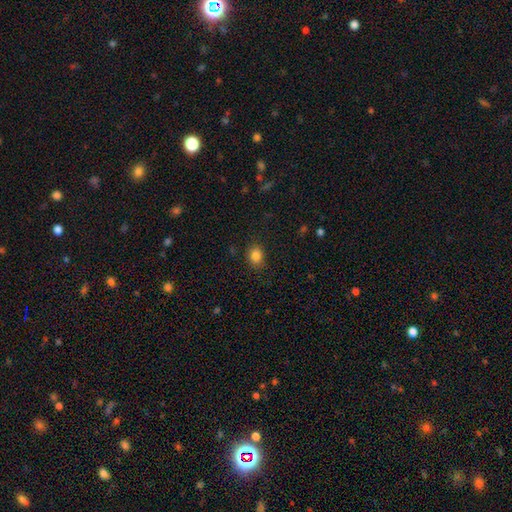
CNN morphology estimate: Smooth or featured: smooth — 84% (star or artifact — 11%)
How rounded: round — 54% (in between — 45%)
Merging: none — 86% (minor disturbance — 10%)